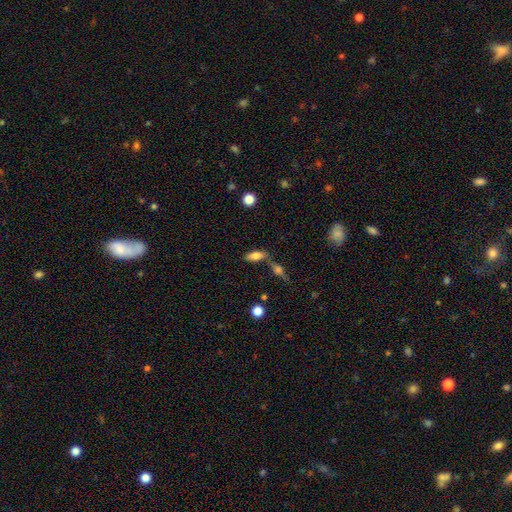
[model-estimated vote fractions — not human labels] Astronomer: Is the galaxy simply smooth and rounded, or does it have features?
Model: smooth — 74%.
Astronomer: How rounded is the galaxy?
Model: in between — 78%.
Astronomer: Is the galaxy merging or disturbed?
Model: none — 57%.